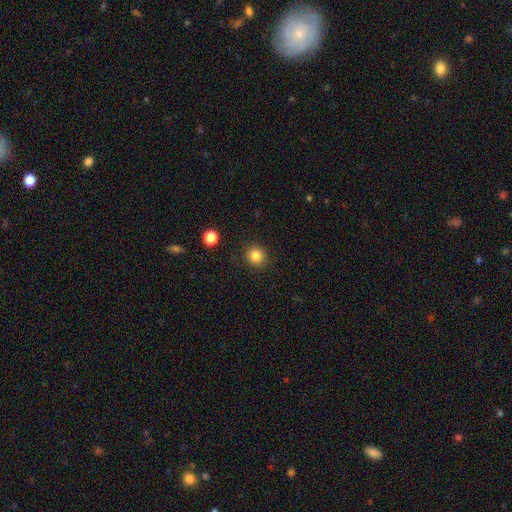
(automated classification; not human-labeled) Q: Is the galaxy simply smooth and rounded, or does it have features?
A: smooth — 84%.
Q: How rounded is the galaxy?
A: round — 91%.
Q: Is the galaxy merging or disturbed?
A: none — 91%.